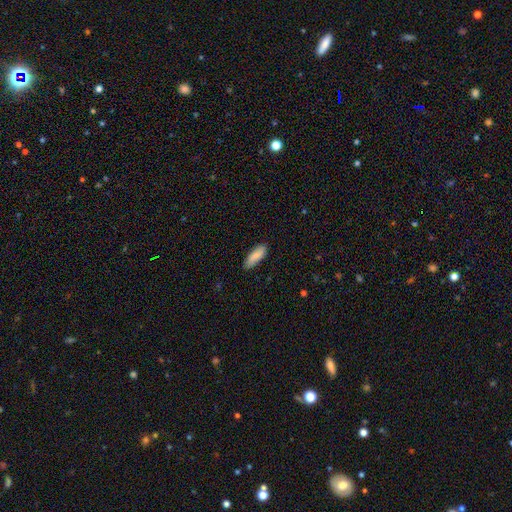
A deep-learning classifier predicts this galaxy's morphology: smooth_or_featured: smooth (p=0.84) [alt: featured or disk p=0.10]
how_rounded: in between (p=0.59) [alt: cigar-shaped p=0.39]
merging: none (p=0.85) [alt: minor disturbance p=0.12]